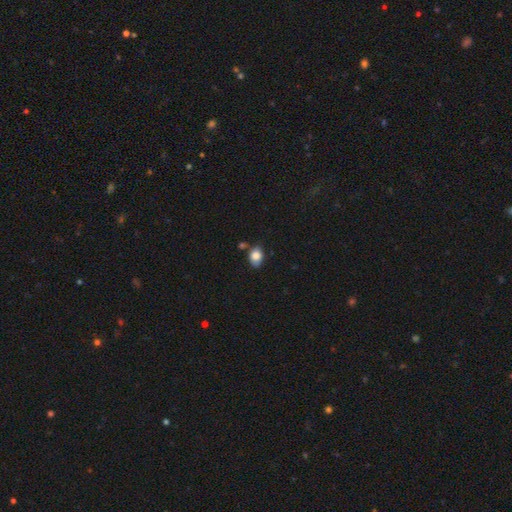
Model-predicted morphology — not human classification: smooth-or-featured: smooth: 83% | star or artifact: 9% | featured or disk: 8%
  how-rounded: in between: 71% | round: 28% | cigar-shaped: 1%
  merging: none: 65% | minor disturbance: 22% | merger: 9% | major disturbance: 4%